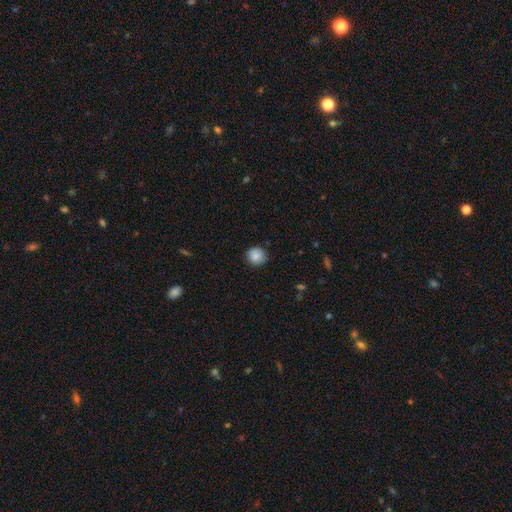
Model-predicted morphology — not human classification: This is clearly a smooth galaxy (87%). How rounded: clearly round (88%). Merging: clearly none (86%).